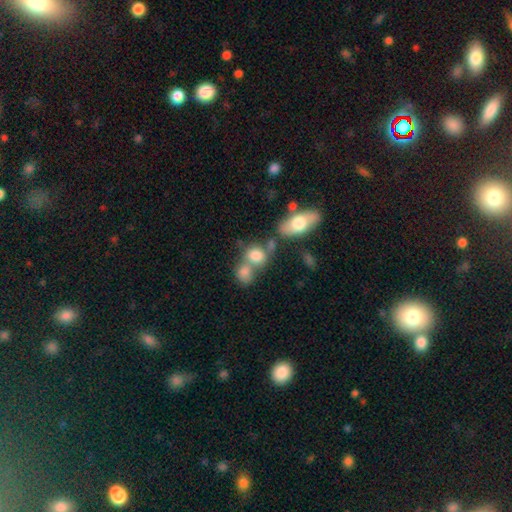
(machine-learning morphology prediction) This appears to be a smooth galaxy with no disk features (78%) that is in between round and cigar-shaped (49%, tied with round). Merging: merger (48%).